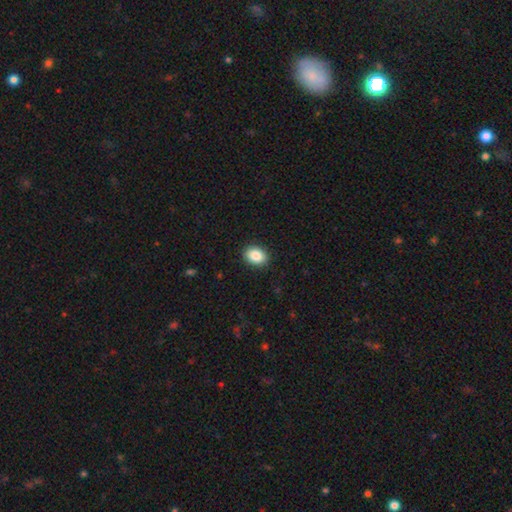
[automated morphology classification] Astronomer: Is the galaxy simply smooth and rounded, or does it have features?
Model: smooth — 87%.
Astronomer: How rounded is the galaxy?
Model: in between — 69%.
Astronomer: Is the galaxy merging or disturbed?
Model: none — 90%.